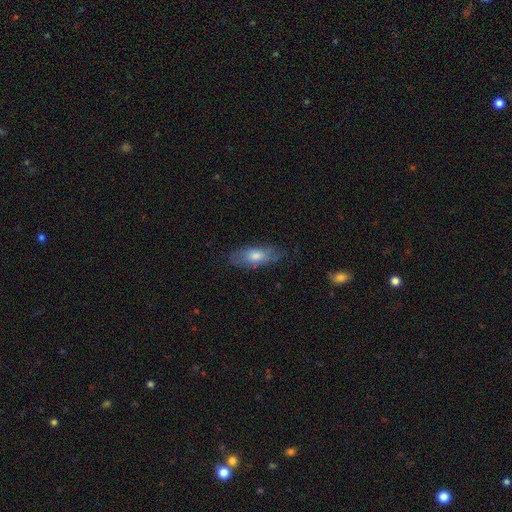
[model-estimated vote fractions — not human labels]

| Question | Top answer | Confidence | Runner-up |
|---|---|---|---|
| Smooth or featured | smooth | 64% | featured or disk (29%) |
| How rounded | in between | 72% | cigar-shaped (25%) |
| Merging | none | 74% | minor disturbance (20%) |